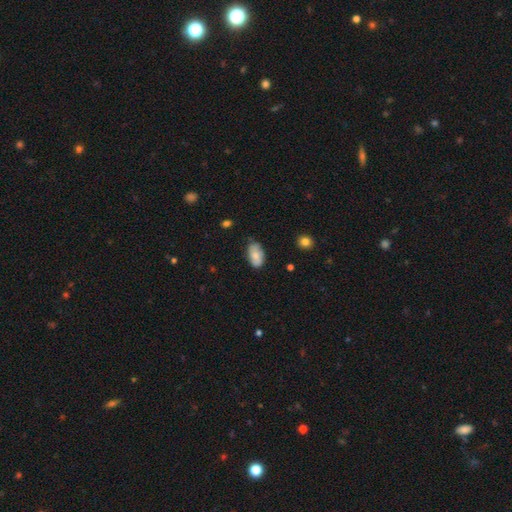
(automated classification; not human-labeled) smooth_or_featured: smooth (p=0.71) [alt: featured or disk p=0.22]
how_rounded: in between (p=0.93) [alt: round p=0.05]
merging: none (p=0.66) [alt: minor disturbance p=0.28]